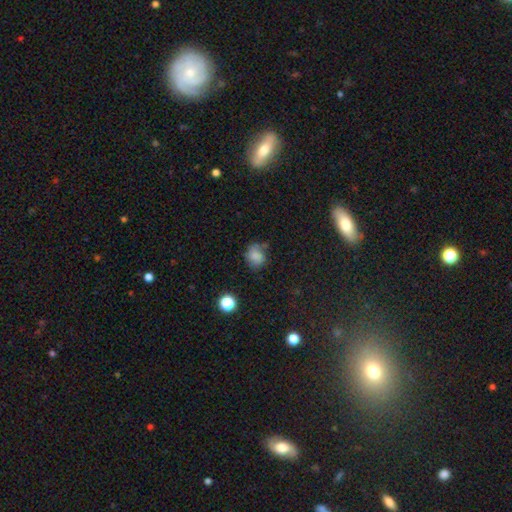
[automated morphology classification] Overall: smooth (67%). How rounded: round (61%; in between 38%). Merging: none (48%; minor disturbance 31%).